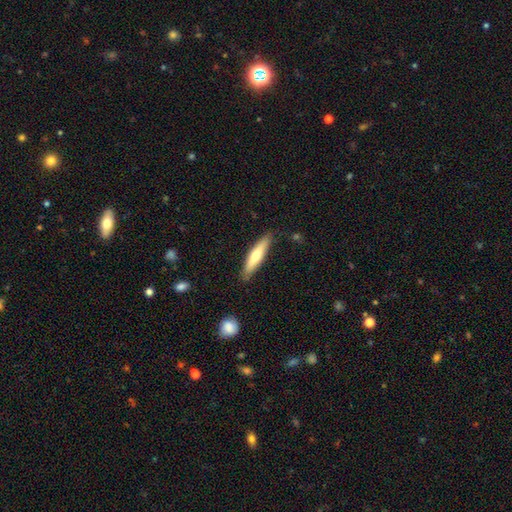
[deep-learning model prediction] Q: Smooth or featured?
A: smooth (60%); runner-up: featured or disk (34%)
Q: How rounded?
A: cigar-shaped (80%); runner-up: in between (19%)
Q: Merging?
A: none (86%); runner-up: minor disturbance (11%)